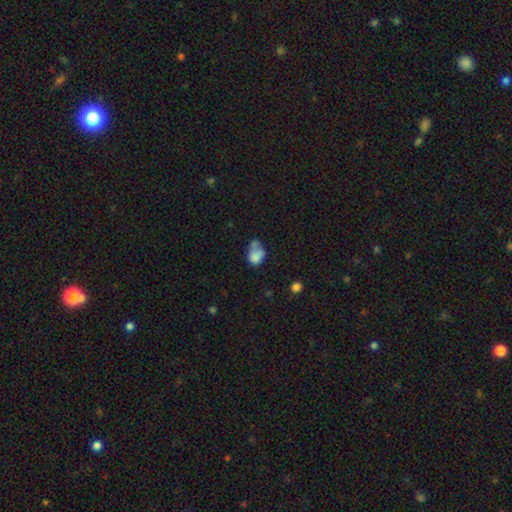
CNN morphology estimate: Smooth or featured: smooth — 73% (featured or disk — 17%)
How rounded: in between — 61% (round — 38%)
Merging: merger — 43% (none — 23%)